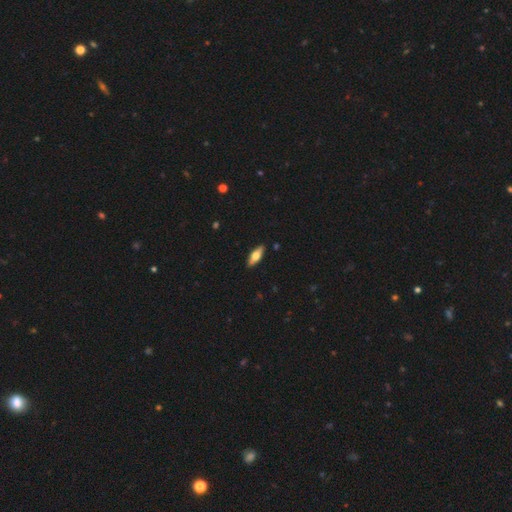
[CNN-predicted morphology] smooth-or-featured: smooth: 55% | featured or disk: 39% | star or artifact: 6%
  how-rounded: in between: 66% | cigar-shaped: 31% | round: 3%
  merging: none: 89% | minor disturbance: 8% | major disturbance: 2% | merger: 1%